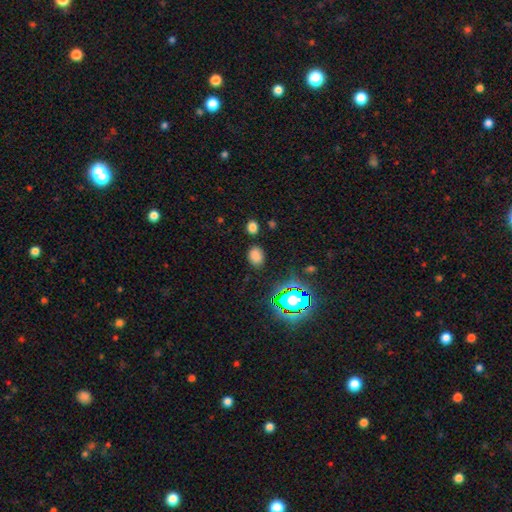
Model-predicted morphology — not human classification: The model was most divided on "how rounded": in between: 69%, round: 30%, cigar-shaped: 1%. More confident: merging — none (81%); smooth or featured — smooth (73%).